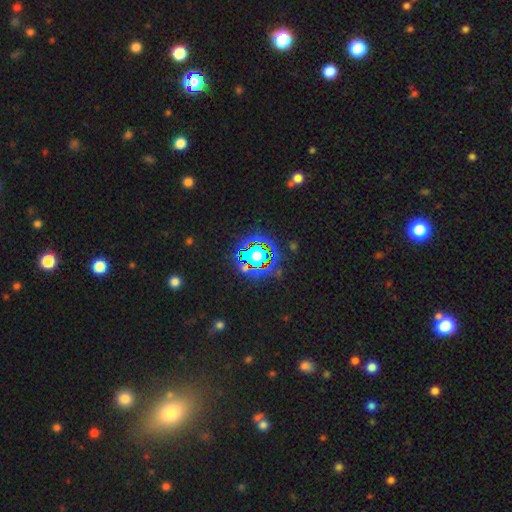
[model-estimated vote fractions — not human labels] Smooth or featured? star or artifact (61%)